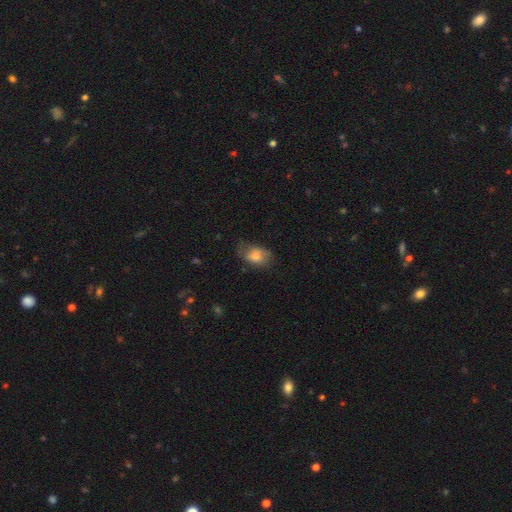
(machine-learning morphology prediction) Smooth or featured? Predicted: smooth (p=0.74). How rounded? Predicted: in between (p=0.84). Merging? Predicted: none (p=0.54).